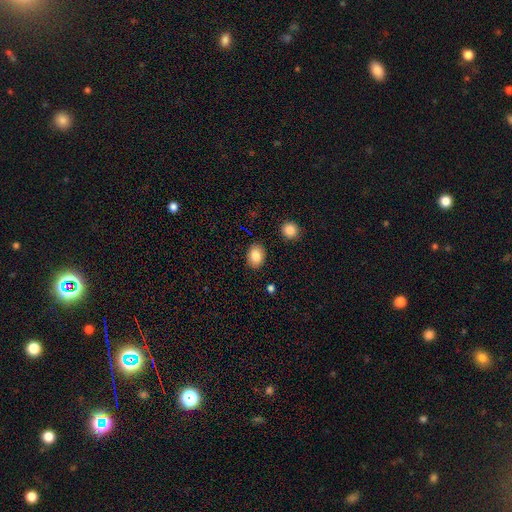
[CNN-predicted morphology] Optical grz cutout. It shows a smooth galaxy with no disk features (84%) that is in between round and cigar-shaped (69%). Merging: none (88%).